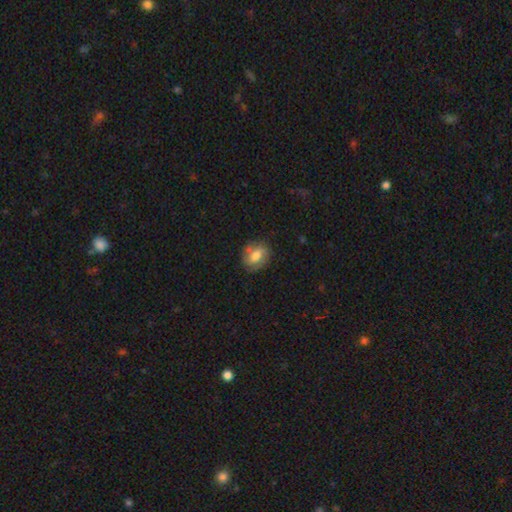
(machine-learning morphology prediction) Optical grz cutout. It shows a smooth galaxy with no disk features (50%) that is in between round and cigar-shaped (63%). Merging: none (71%).